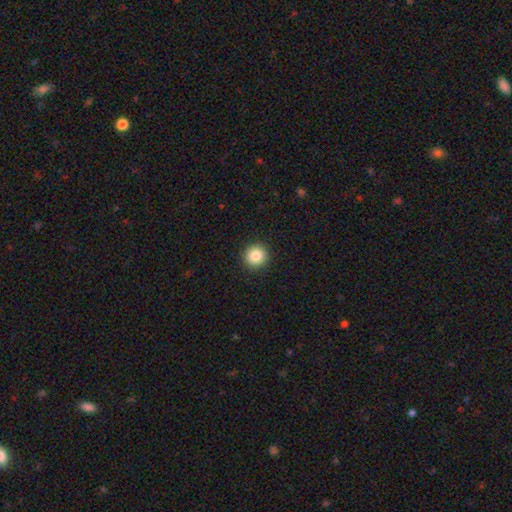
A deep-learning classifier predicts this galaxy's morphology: Overall: smooth (85%). How rounded: round (95%). Merging: none (93%).